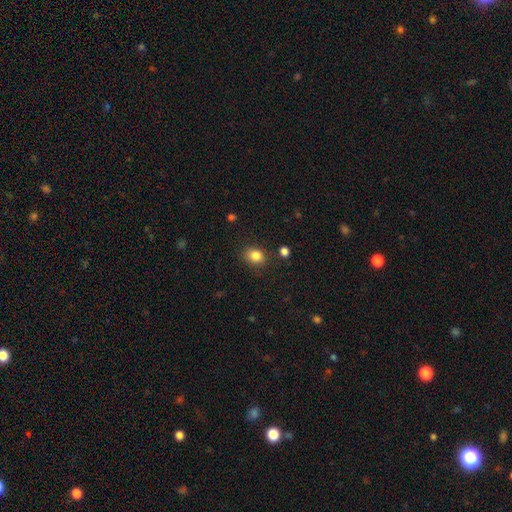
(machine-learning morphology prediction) smooth_or_featured: smooth (p=0.84) [alt: star or artifact p=0.11]
how_rounded: round (p=0.57) [alt: in between p=0.42]
merging: none (p=0.83) [alt: minor disturbance p=0.11]